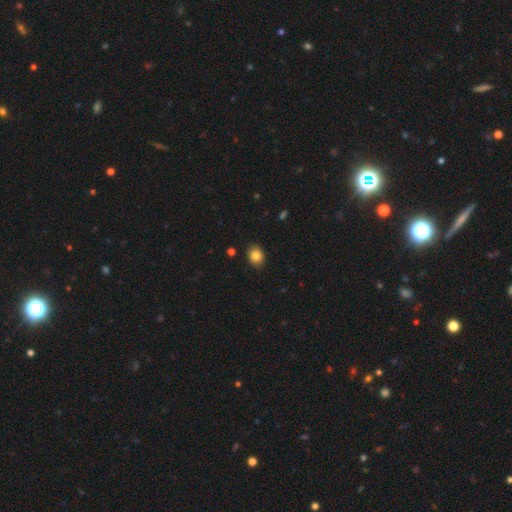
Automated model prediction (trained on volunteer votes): Q: Smooth or featured?
A: smooth (84%); runner-up: star or artifact (9%)
Q: How rounded?
A: in between (55%); runner-up: round (44%)
Q: Merging?
A: none (87%); runner-up: minor disturbance (9%)